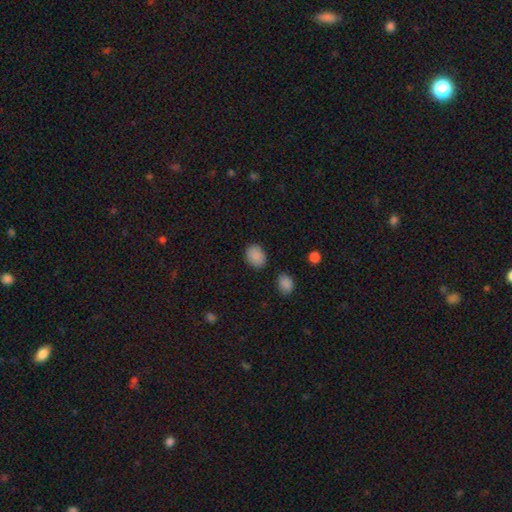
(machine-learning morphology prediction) This is clearly a smooth galaxy (88%). How rounded: likely in between (74%). Merging: clearly none (81%).